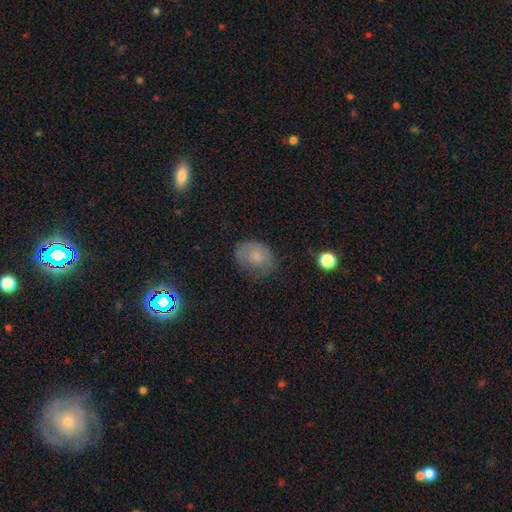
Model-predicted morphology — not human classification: Smooth or featured? smooth (67%)
How rounded? in between (63%)
Merging? none (57%)